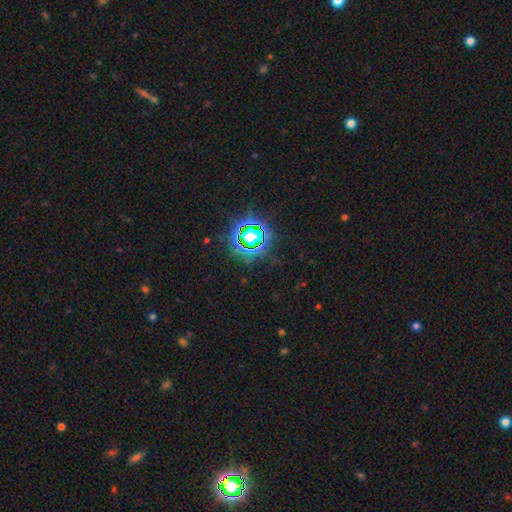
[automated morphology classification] A star or artifact, not a galaxy (81%).

Vote fractions:
- Smooth or featured? star or artifact: 81% / smooth: 12% / featured or disk: 7%